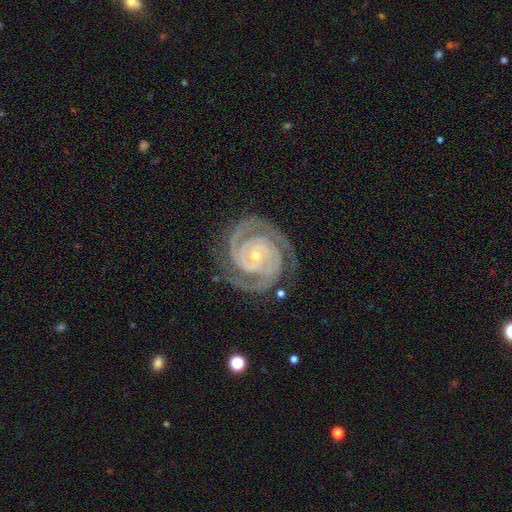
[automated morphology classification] This is clearly a featured or disk galaxy (94%). It is clearly not viewed edge-on (98%). Bar: likely no (61%). Spiral arm pattern: clearly yes (99%). Spiral arm count: likely 2 (75%). Spiral winding: clearly tight (84%). Central bulge: likely small (78%). Merging: clearly none (82%).